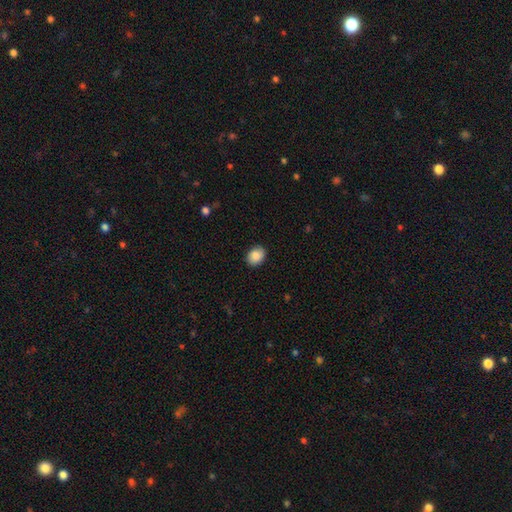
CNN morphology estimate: The model was most divided on "how rounded": in between: 64%, round: 35%, cigar-shaped: 1%. More confident: smooth or featured — smooth (88%); merging — none (87%).